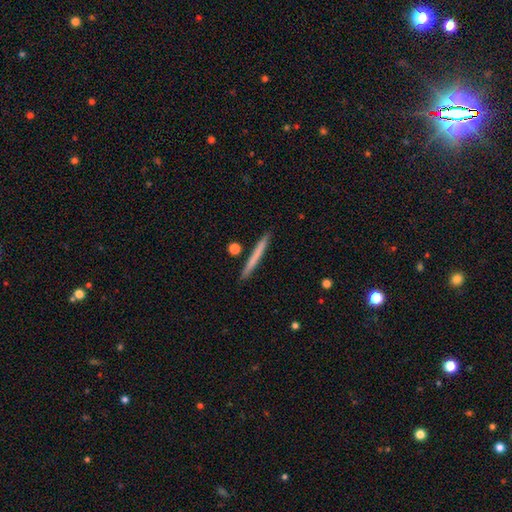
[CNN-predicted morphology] Smooth or featured? Predicted: smooth (p=0.63). How rounded? Predicted: cigar-shaped (p=0.97). Merging? Predicted: none (p=0.91).